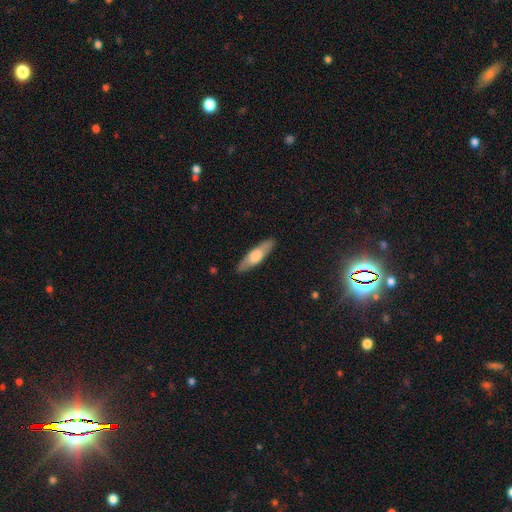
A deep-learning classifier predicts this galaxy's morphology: type=smooth (56%); roundness=cigar-shaped (64%); merging=none (88%).